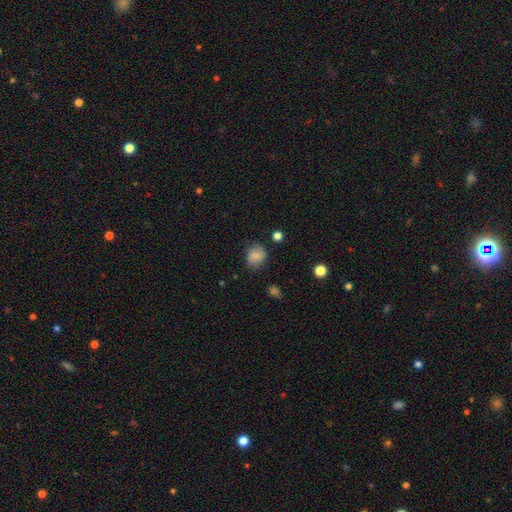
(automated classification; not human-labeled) Smooth or featured? Predicted: smooth (p=0.80). How rounded? Predicted: round (p=0.61). Merging? Predicted: none (p=0.70).